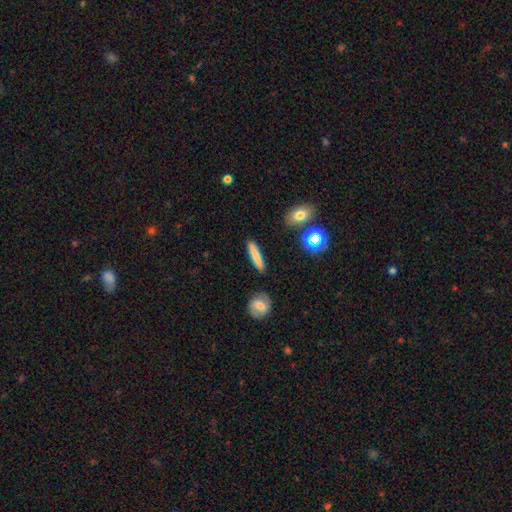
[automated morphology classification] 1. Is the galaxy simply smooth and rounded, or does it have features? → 76% smooth, 17% featured or disk, 7% star or artifact.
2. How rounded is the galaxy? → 90% cigar-shaped, 8% in between, 2% round.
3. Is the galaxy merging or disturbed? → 90% none, 7% minor disturbance, 2% merger, 2% major disturbance.